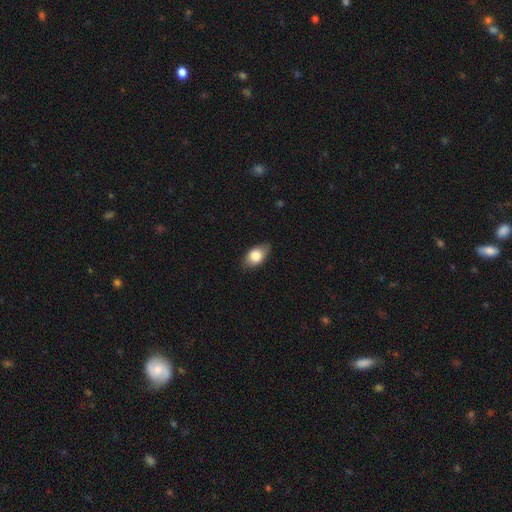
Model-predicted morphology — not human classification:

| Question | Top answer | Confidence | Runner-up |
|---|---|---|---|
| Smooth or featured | smooth | 79% | featured or disk (14%) |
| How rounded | in between | 86% | round (11%) |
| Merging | none | 80% | minor disturbance (16%) |